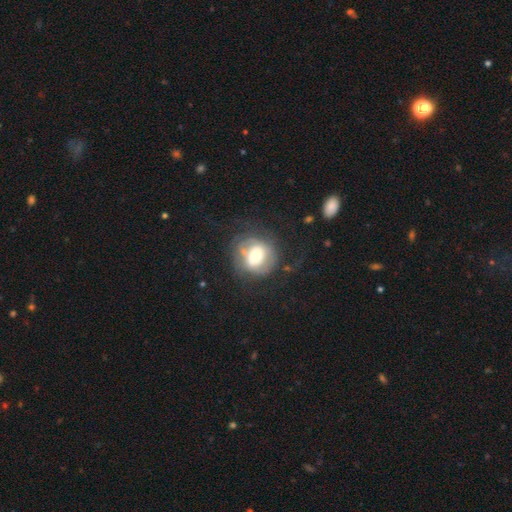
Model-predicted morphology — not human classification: Smooth or featured?
  - featured or disk: 51% *
  - smooth: 41%
  - star or artifact: 9%
Edge-on disk?
  - no: 96% *
  - yes: 4%
Merging?
  - none: 55% *
  - major disturbance: 22%
  - minor disturbance: 19%
  - merger: 3%